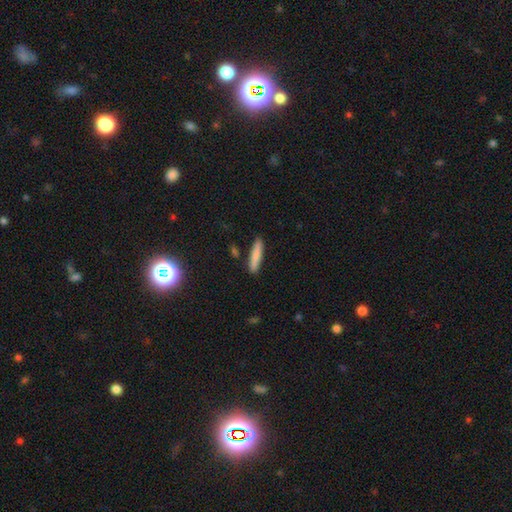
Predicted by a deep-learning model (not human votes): Morphology: type=smooth (82%); roundness=cigar-shaped (88%); merging=none (87%).